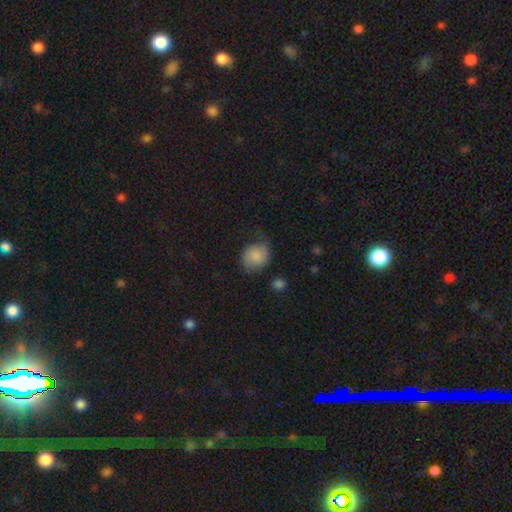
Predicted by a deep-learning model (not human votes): This appears to be a smooth galaxy with no disk features (80%) that is round (67%). Merging: none (54%).